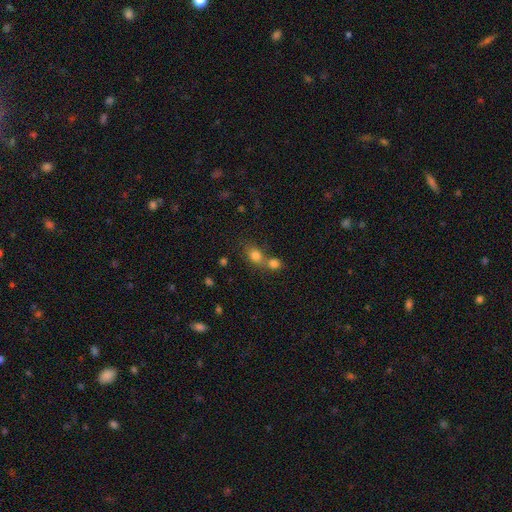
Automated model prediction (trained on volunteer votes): A smooth galaxy with no disk features (79%) that is round (53%).

Vote fractions:
- Smooth or featured? smooth: 79% / star or artifact: 12% / featured or disk: 9%
- How rounded? round: 53% / in between: 45% / cigar-shaped: 2%
- Merging? merger: 54% / none: 35% / minor disturbance: 7% / major disturbance: 4%